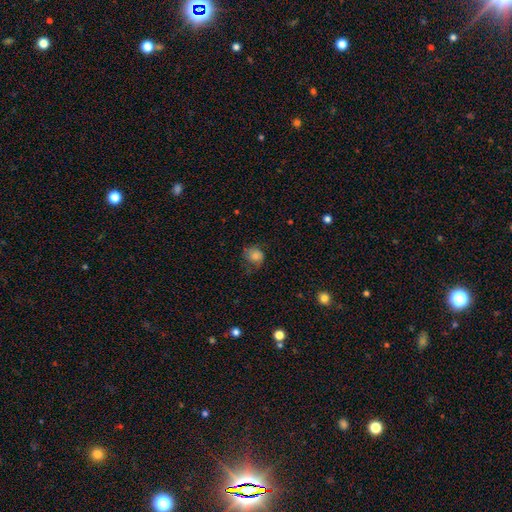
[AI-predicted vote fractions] Smooth or featured: smooth — 61% (featured or disk — 28%)
How rounded: round — 68% (in between — 31%)
Merging: none — 53% (minor disturbance — 27%)